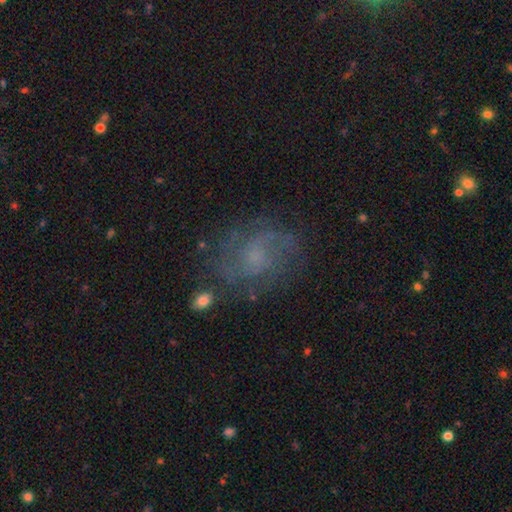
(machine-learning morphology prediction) Smooth or featured: featured or disk — 67% (smooth — 20%)
Edge-on disk: no — 97% (yes — 3%)
Bar: no — 62% (weak — 33%)
Spiral arms: yes — 88% (no — 12%)
Spiral winding: medium — 48% (tight — 28%)
Spiral arm count: 2 — 50% (can't tell — 26%)
Bulge size: small — 45% (none — 27%)
Merging: none — 70% (minor disturbance — 17%)